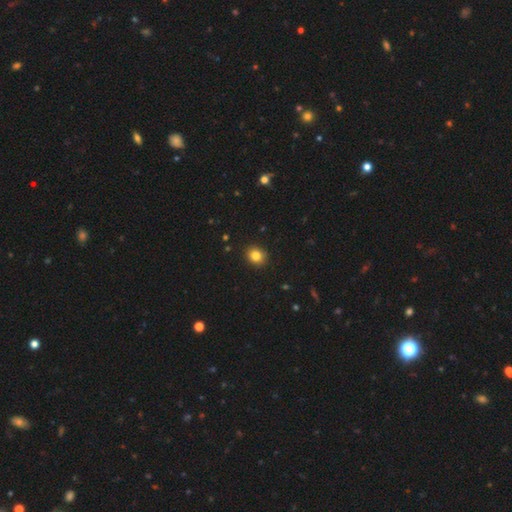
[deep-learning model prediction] Smooth or featured? smooth (83%)
How rounded? round (75%)
Merging? none (91%)